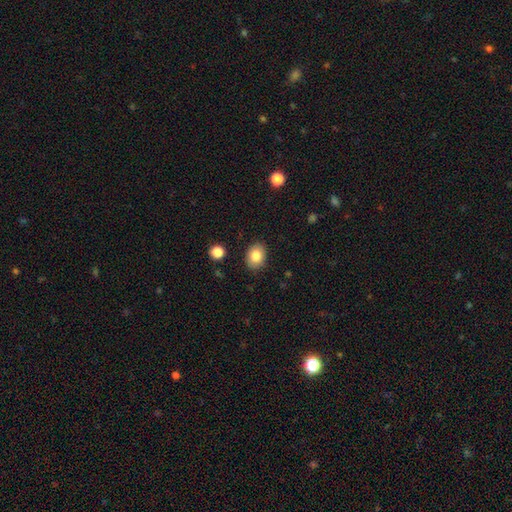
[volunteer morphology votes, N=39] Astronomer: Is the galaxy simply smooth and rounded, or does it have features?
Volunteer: smooth — 85%.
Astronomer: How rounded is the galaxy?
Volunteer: in between — 55% (runner-up: round, 45%).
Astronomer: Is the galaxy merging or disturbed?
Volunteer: none — 86%.